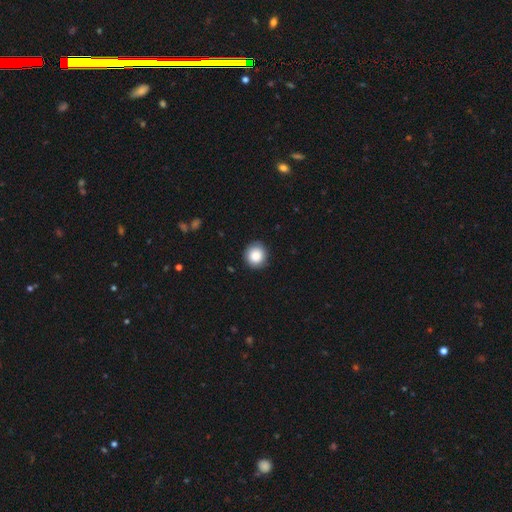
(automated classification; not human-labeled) Smooth or featured? smooth (85%)
How rounded? round (91%)
Merging? none (87%)